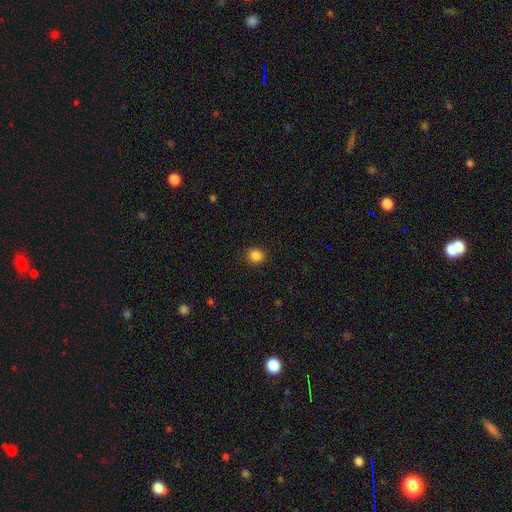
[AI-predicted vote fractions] A smooth galaxy with no disk features (86%) that is round (86%).

Vote fractions:
- Smooth or featured? smooth: 86% / star or artifact: 11% / featured or disk: 3%
- How rounded? round: 86% / in between: 13% / cigar-shaped: 1%
- Merging? none: 91% / minor disturbance: 6% / major disturbance: 2% / merger: 1%